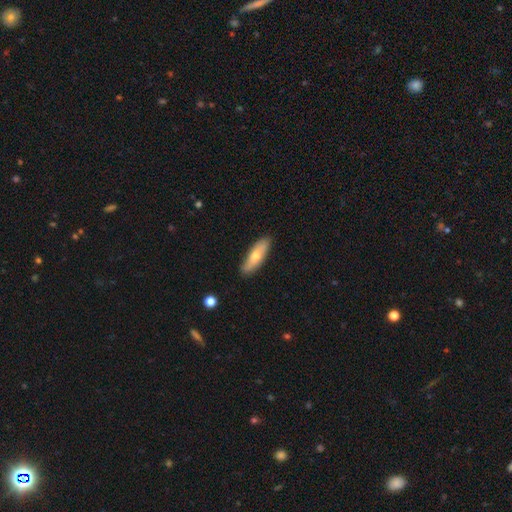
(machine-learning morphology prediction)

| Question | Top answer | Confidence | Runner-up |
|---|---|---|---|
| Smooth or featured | smooth | 62% | featured or disk (32%) |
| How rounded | cigar-shaped | 53% | in between (44%) |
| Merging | none | 87% | minor disturbance (10%) |